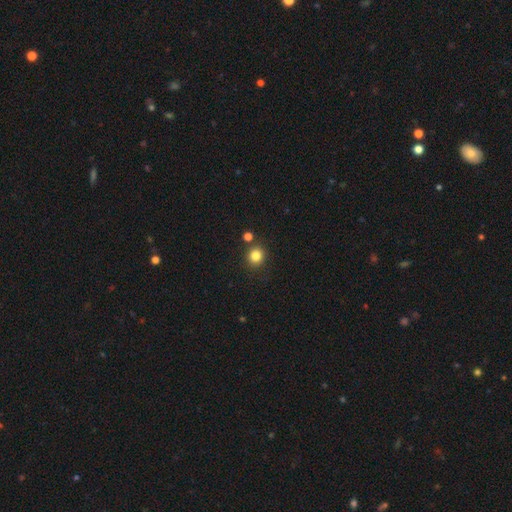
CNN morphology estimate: This is clearly a smooth galaxy (82%). How rounded: clearly round (87%). Merging: clearly none (83%).